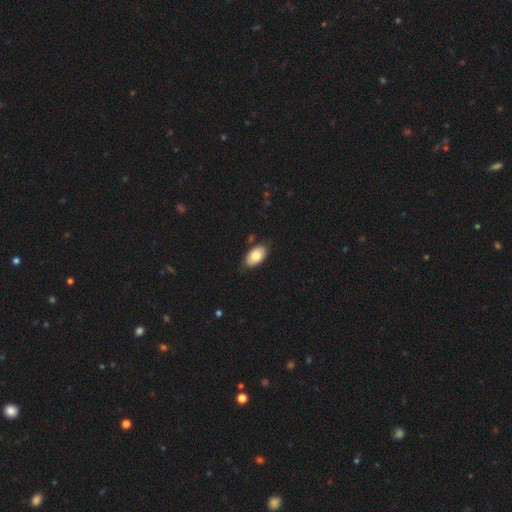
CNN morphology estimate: A smooth galaxy with no disk features (77%) that is in between round and cigar-shaped (94%). Merging: none (81%).